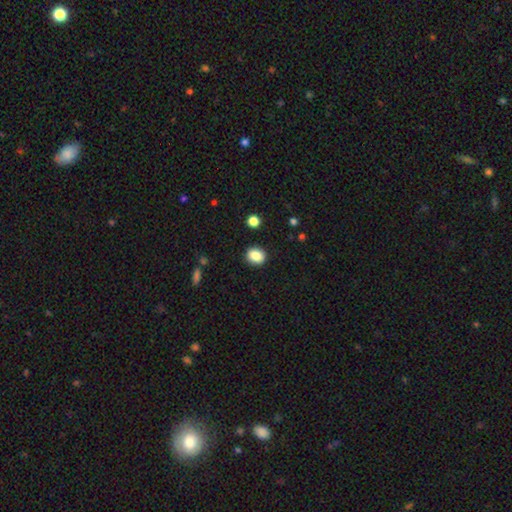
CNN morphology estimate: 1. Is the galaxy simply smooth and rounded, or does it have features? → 86% smooth, 9% star or artifact, 5% featured or disk.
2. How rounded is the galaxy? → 56% round, 43% in between, 1% cigar-shaped.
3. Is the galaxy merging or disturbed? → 89% none, 7% minor disturbance, 2% major disturbance, 1% merger.